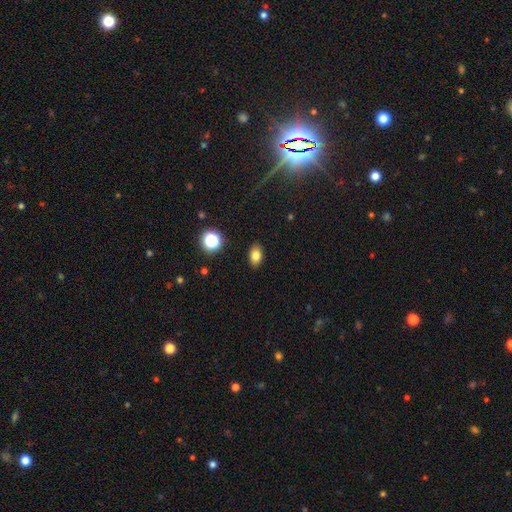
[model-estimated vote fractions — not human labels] Q: Smooth or featured?
A: smooth (79%); runner-up: star or artifact (12%)
Q: How rounded?
A: in between (85%); runner-up: round (13%)
Q: Merging?
A: none (88%); runner-up: minor disturbance (8%)